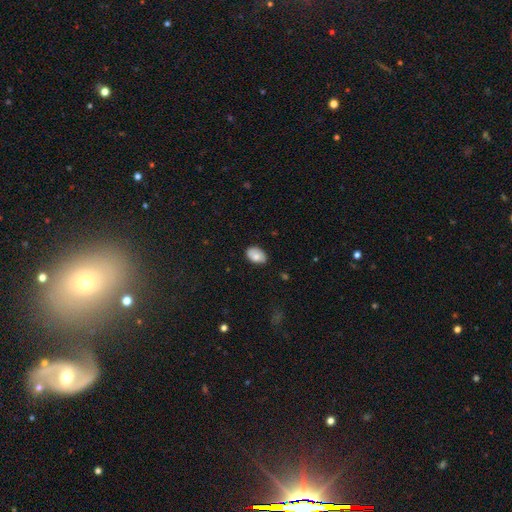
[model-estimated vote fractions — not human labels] Smooth or featured? Predicted: smooth (p=0.81). How rounded? Predicted: in between (p=0.90). Merging? Predicted: none (p=0.81).